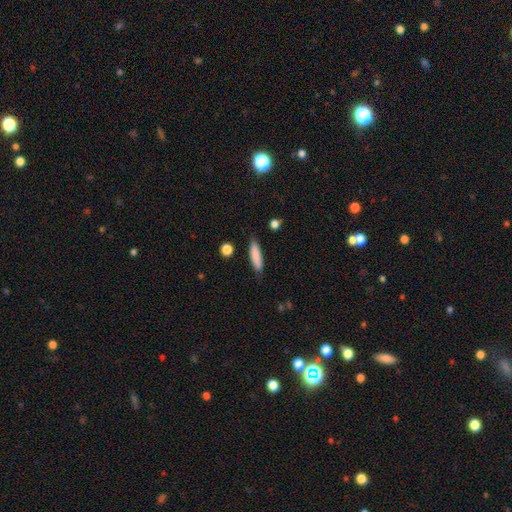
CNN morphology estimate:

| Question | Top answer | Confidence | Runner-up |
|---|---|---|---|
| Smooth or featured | smooth | 85% | featured or disk (9%) |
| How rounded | cigar-shaped | 74% | in between (24%) |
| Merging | none | 84% | minor disturbance (12%) |